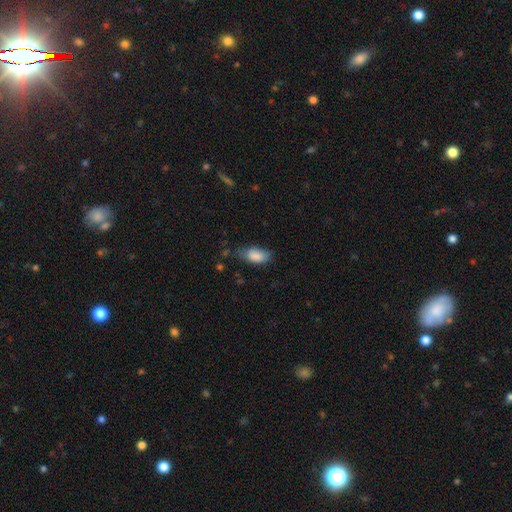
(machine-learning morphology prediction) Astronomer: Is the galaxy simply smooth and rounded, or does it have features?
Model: smooth — 85%.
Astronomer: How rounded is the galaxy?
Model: in between — 91%.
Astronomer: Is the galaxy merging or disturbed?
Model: none — 55% (runner-up: minor disturbance, 34%).